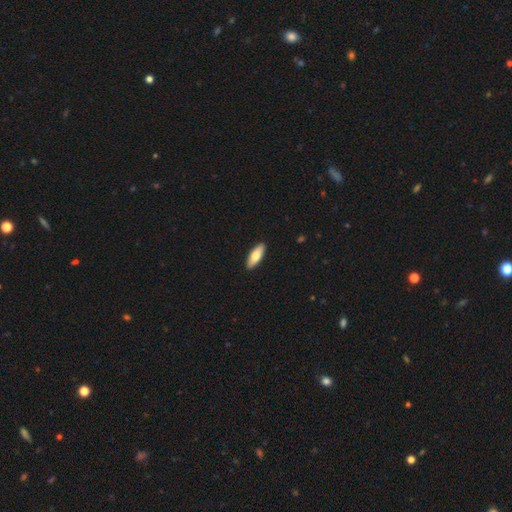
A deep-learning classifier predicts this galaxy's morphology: A smooth galaxy with no disk features (71%) that is in between round and cigar-shaped (66%).

Vote fractions:
- Smooth or featured? smooth: 71% / featured or disk: 24% / star or artifact: 5%
- How rounded? in between: 66% / cigar-shaped: 32% / round: 2%
- Merging? none: 91% / minor disturbance: 6% / major disturbance: 1% / merger: 1%